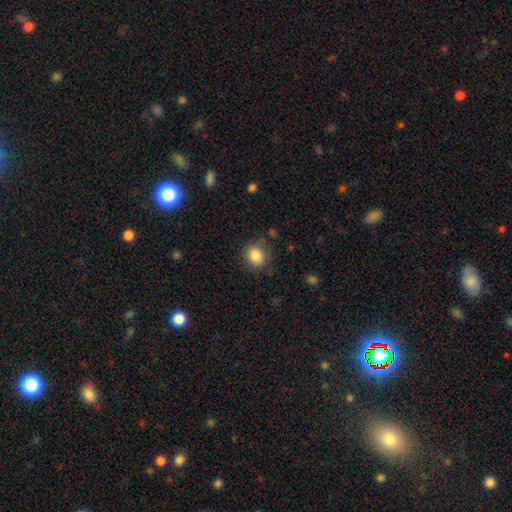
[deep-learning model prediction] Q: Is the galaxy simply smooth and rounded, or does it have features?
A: smooth — 85%.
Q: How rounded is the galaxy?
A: round — 71%.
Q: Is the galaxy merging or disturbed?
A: none — 83%.